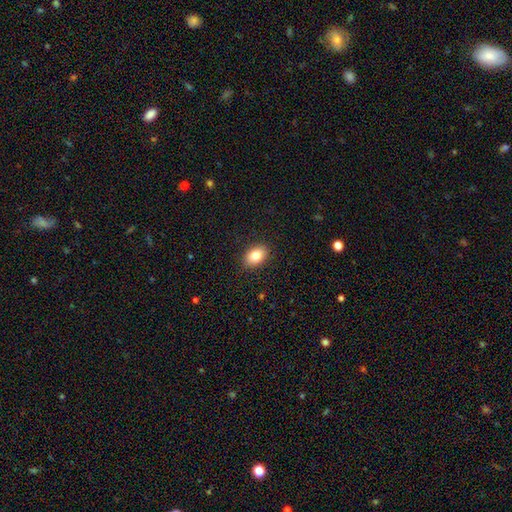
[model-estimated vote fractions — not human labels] Overall: smooth (83%). How rounded: in between (84%). Merging: none (89%).